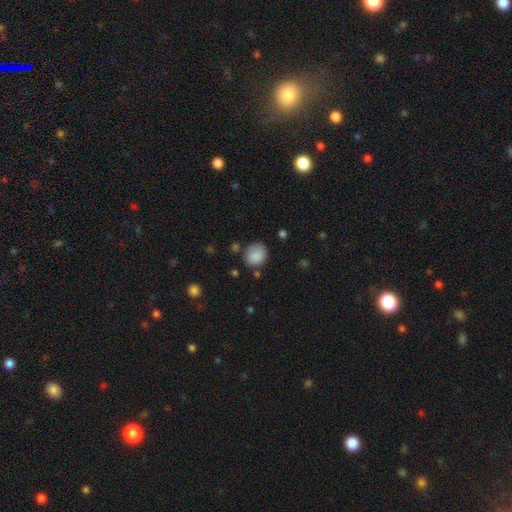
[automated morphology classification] smooth-or-featured: smooth: 86% | star or artifact: 9% | featured or disk: 5%
  how-rounded: round: 70% | in between: 29% | cigar-shaped: 1%
  merging: none: 71% | minor disturbance: 20% | major disturbance: 6% | merger: 4%